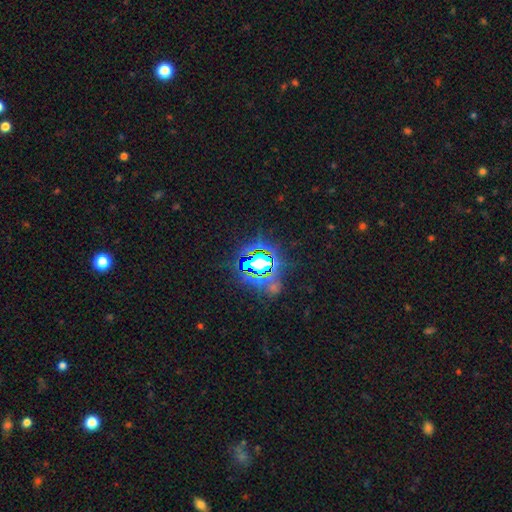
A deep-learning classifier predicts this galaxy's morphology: smooth_or_featured: star or artifact (p=0.80) [alt: smooth p=0.12]